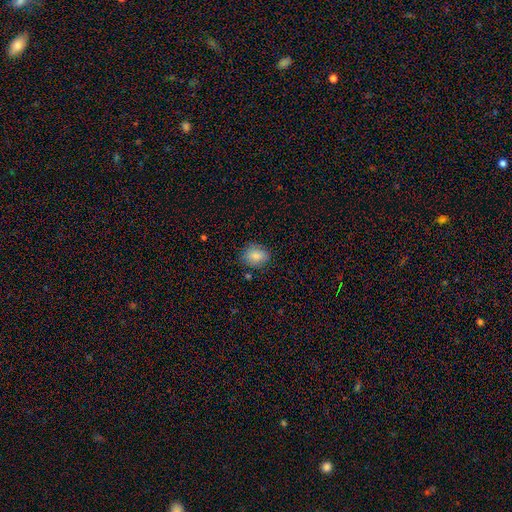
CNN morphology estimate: smooth_or_featured: smooth (p=0.82) [alt: star or artifact p=0.09]
how_rounded: in between (p=0.52) [alt: round p=0.47]
merging: none (p=0.81) [alt: minor disturbance p=0.14]